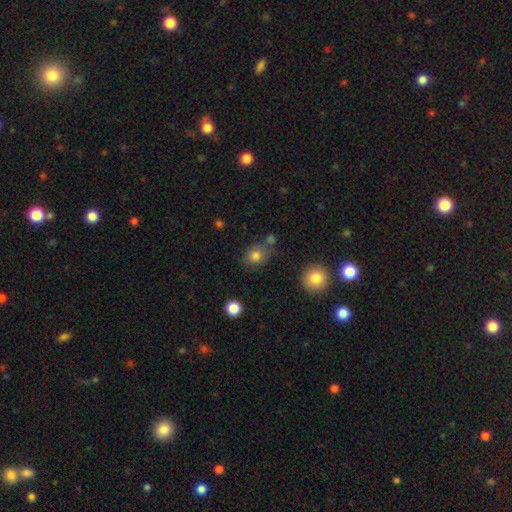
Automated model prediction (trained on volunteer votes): A smooth galaxy with no disk features (80%) that is round (61%).

Vote fractions:
- Smooth or featured? smooth: 80% / star or artifact: 12% / featured or disk: 8%
- How rounded? round: 61% / in between: 38% / cigar-shaped: 1%
- Merging? none: 69% / minor disturbance: 16% / merger: 11% / major disturbance: 5%